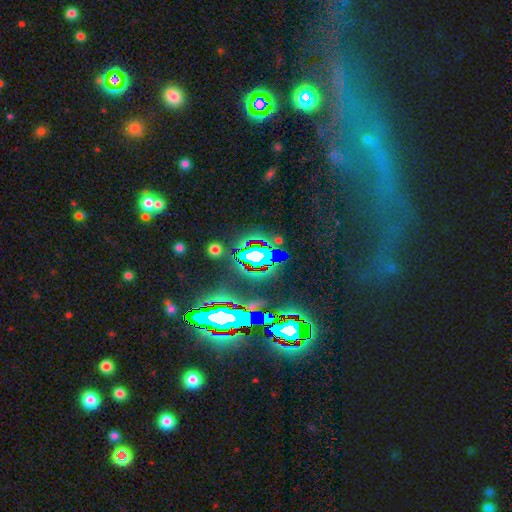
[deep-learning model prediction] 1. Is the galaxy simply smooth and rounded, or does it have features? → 58% star or artifact, 23% featured or disk, 19% smooth.